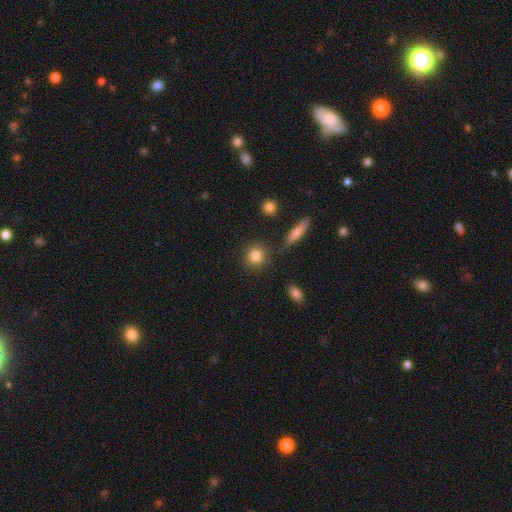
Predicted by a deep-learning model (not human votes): Overall: smooth (84%). How rounded: round (87%). Merging: none (85%).